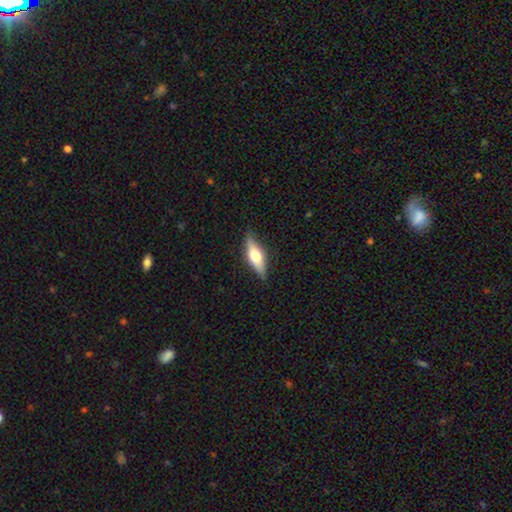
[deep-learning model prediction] Smooth or featured?
  - smooth: 48% *
  - featured or disk: 46%
  - star or artifact: 6%
Merging?
  - none: 84% *
  - minor disturbance: 12%
  - major disturbance: 2%
  - merger: 1%